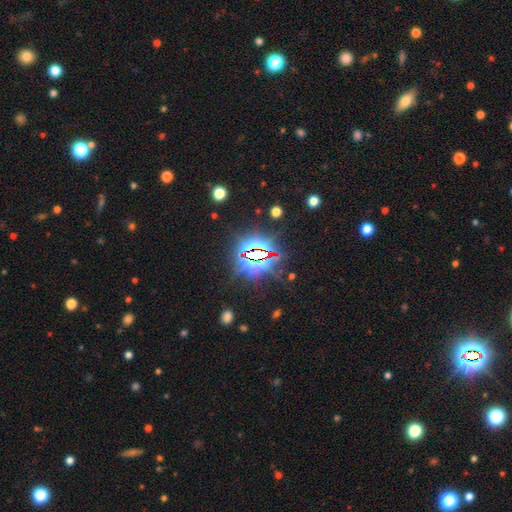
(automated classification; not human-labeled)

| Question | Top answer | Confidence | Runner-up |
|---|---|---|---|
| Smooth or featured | star or artifact | 82% | smooth (10%) |